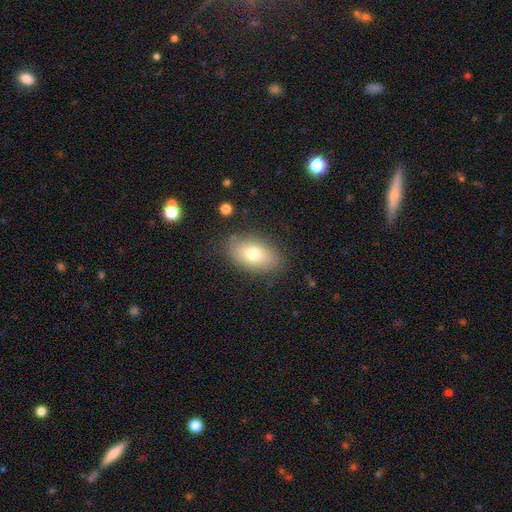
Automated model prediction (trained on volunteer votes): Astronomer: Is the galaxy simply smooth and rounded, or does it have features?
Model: smooth — 75%.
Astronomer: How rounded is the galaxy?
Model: in between — 90%.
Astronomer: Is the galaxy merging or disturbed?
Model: none — 81%.